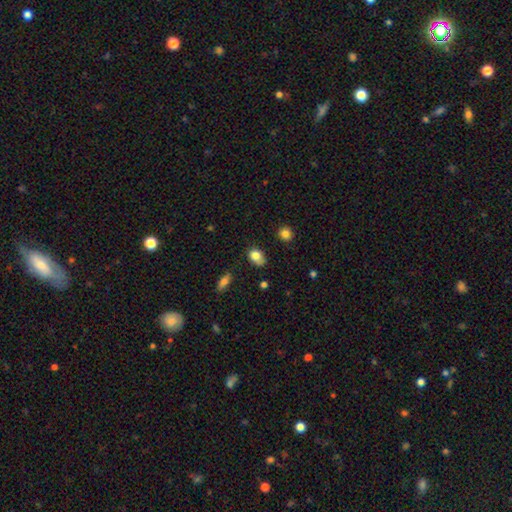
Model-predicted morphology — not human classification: Smooth or featured? smooth (81%)
How rounded? in between (69%)
Merging? none (57%)